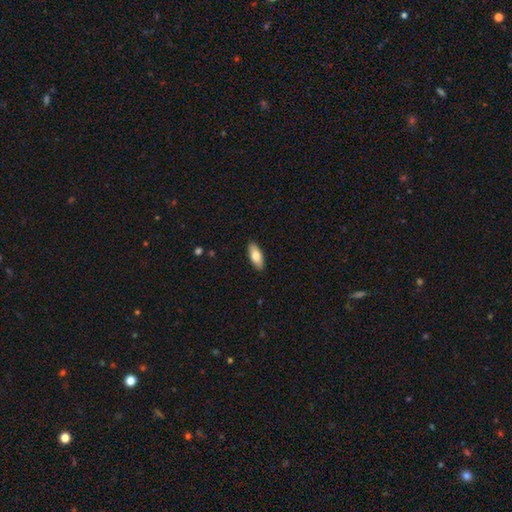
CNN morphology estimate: This is likely a smooth galaxy (76%). How rounded: likely in between (79%). Merging: clearly none (90%).